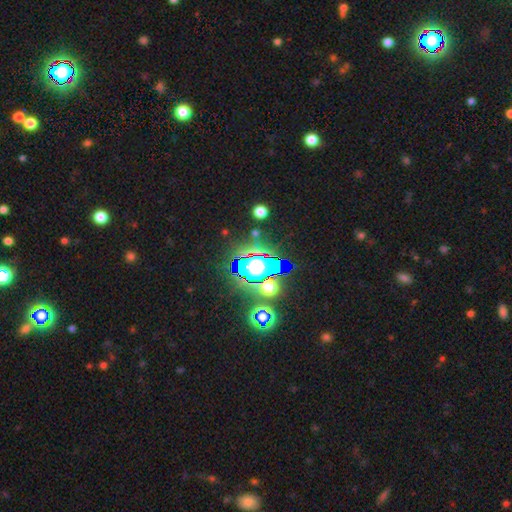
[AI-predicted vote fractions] Smooth or featured: star or artifact — 82% (smooth — 10%)